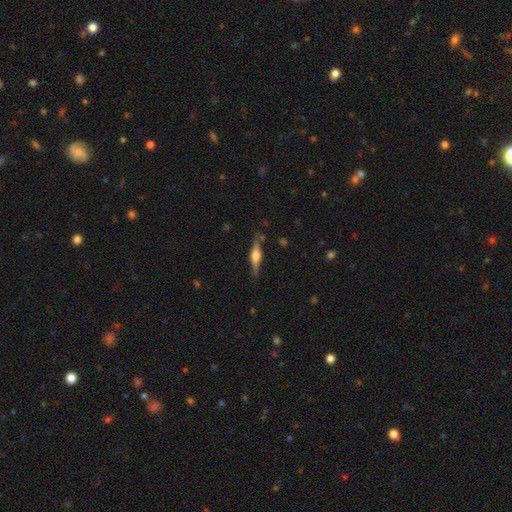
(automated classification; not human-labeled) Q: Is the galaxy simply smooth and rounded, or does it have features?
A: featured or disk — 74%.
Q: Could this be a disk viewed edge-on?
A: yes — 98%.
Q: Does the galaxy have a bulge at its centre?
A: rounded — 91%.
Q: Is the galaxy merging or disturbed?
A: none — 84%.